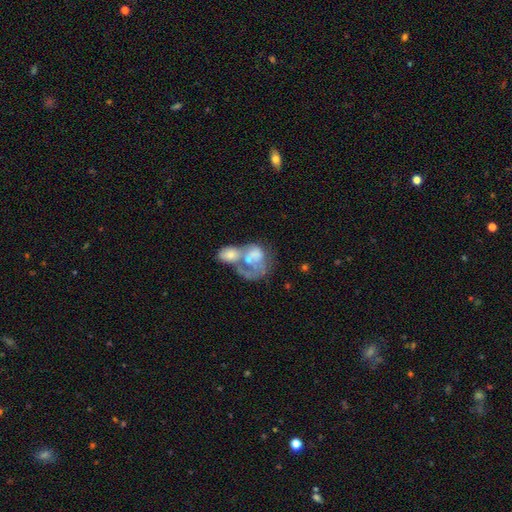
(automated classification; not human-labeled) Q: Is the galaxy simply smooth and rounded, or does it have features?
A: featured or disk — 51%.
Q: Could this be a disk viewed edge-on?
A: no — 98%.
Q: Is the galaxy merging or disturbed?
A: merger — 61%.